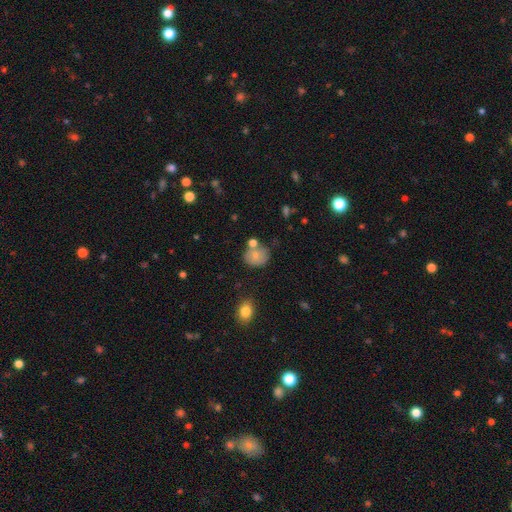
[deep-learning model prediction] This is likely a smooth galaxy (74%). How rounded: likely round (70%). Merging: possibly none (57%).